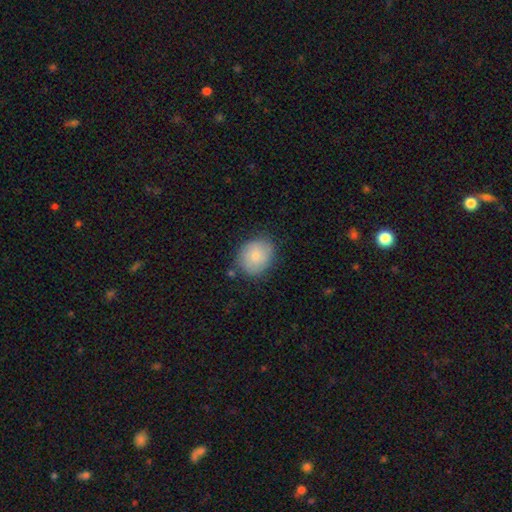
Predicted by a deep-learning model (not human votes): smooth 76%, featured or disk 17%, star or artifact 7%. Down the decision tree: how rounded — round (63%); merging — none (76%).